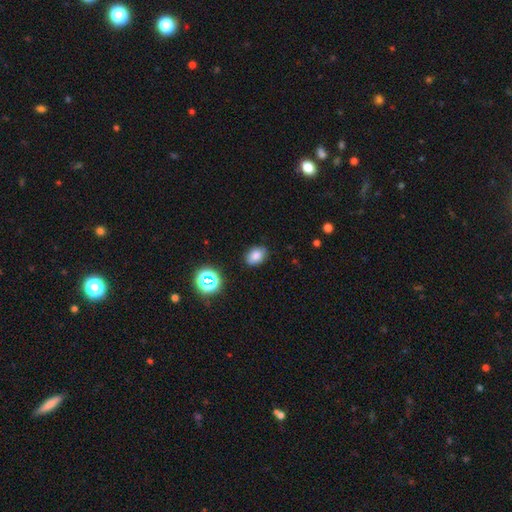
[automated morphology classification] smooth 79%, star or artifact 13%, featured or disk 7%. Down the decision tree: how rounded — in between (78%); merging — none (85%).